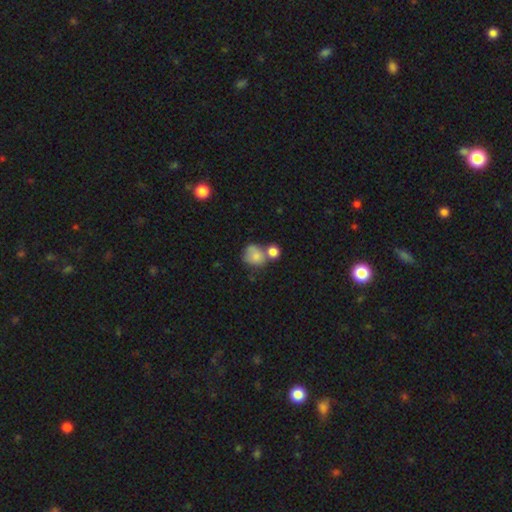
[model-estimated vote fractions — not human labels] smooth 78%, featured or disk 13%, star or artifact 9%. Down the decision tree: how rounded — round (74%); merging — merger (42%).